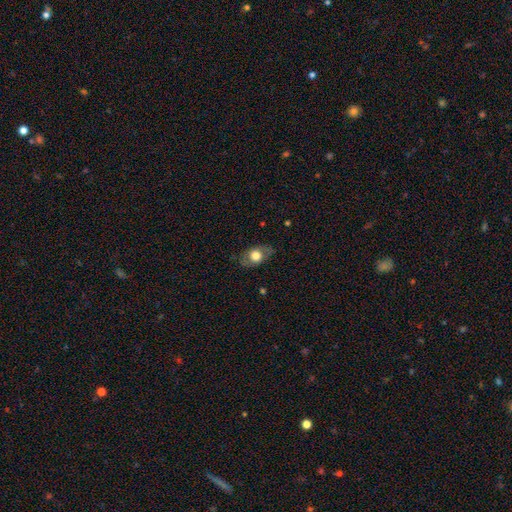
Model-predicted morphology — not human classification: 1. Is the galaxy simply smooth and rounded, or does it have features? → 61% smooth, 31% featured or disk, 7% star or artifact.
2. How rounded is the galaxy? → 77% in between, 20% round, 3% cigar-shaped.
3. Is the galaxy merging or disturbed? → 76% none, 17% minor disturbance, 6% major disturbance, 1% merger.